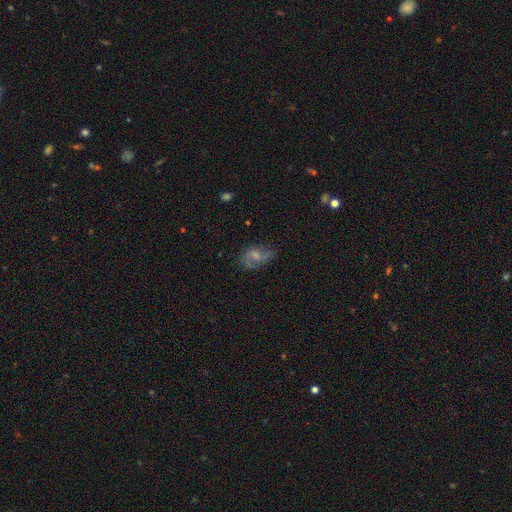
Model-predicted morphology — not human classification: Smooth or featured?
  - featured or disk: 63% *
  - smooth: 27%
  - star or artifact: 10%
Edge-on disk?
  - no: 97% *
  - yes: 3%
Bar?
  - no: 53% *
  - weak: 40%
  - strong: 7%
Spiral arms?
  - yes: 83% *
  - no: 17%
Spiral winding?
  - loose: 50% *
  - medium: 38%
  - tight: 12%
Spiral arm count?
  - 2: 66% *
  - 1: 14%
  - can't tell: 12%
  - 3: 4%
  - 4: 2%
  - more than 4: 2%
Bulge size?
  - small: 42% *
  - moderate: 39%
  - none: 14%
  - large: 4%
  - dominant: 1%
Merging?
  - none: 51% *
  - minor disturbance: 25%
  - major disturbance: 21%
  - merger: 2%